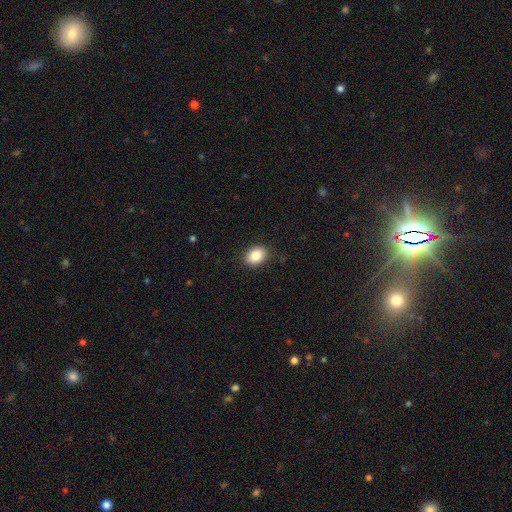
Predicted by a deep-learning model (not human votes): smooth-or-featured: smooth: 85% | star or artifact: 8% | featured or disk: 6%
  how-rounded: in between: 70% | round: 29% | cigar-shaped: 1%
  merging: none: 87% | minor disturbance: 10% | major disturbance: 2% | merger: 1%